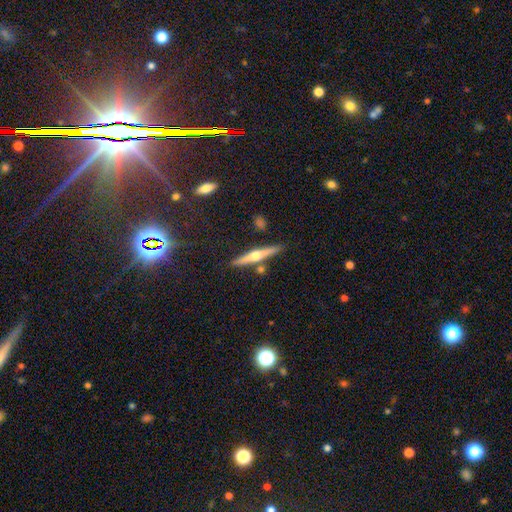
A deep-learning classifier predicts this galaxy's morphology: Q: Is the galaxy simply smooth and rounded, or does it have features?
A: featured or disk — 63%.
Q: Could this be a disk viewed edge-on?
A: yes — 97%.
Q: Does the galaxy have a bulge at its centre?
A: rounded — 91%.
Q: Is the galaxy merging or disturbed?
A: none — 82%.